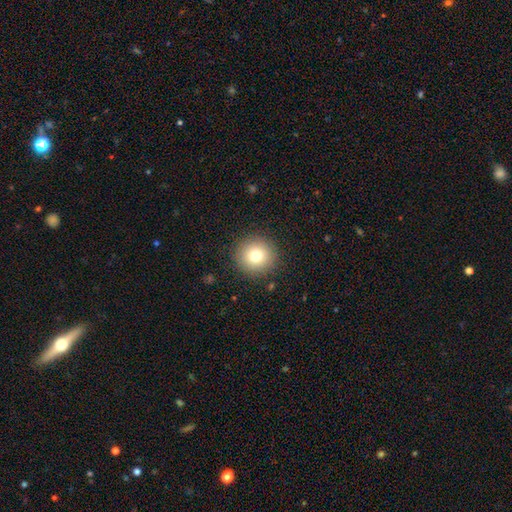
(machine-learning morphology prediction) Q: Smooth or featured?
A: smooth (77%); runner-up: star or artifact (12%)
Q: How rounded?
A: round (94%); runner-up: in between (5%)
Q: Merging?
A: none (90%); runner-up: minor disturbance (6%)